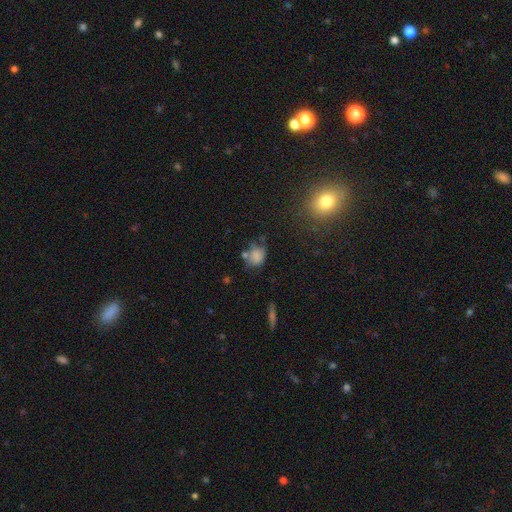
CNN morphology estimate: smooth-or-featured: smooth: 71% | featured or disk: 16% | star or artifact: 12%
  how-rounded: in between: 50% | round: 48% | cigar-shaped: 2%
  merging: none: 37% | minor disturbance: 28% | major disturbance: 18% | merger: 17%